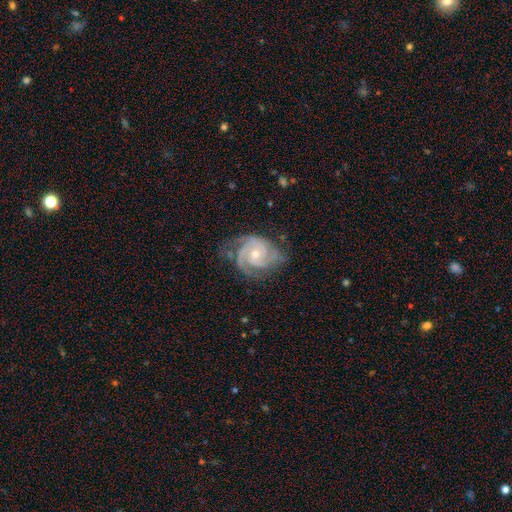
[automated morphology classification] type=featured or disk (90%); edge-on=no (98%); bar=no (66%); spiral arms=yes (98%); winding=tight (64%); arm count=3 (47%); bulge=small (54%); merging=none (70%).